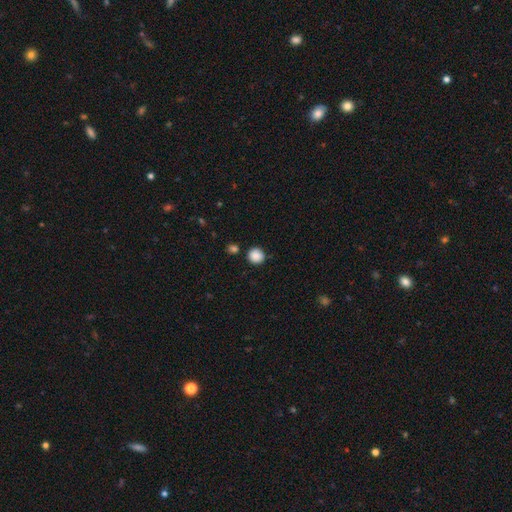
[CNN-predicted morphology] Smooth or featured? Predicted: smooth (p=0.88). How rounded? Predicted: round (p=0.93). Merging? Predicted: none (p=0.85).